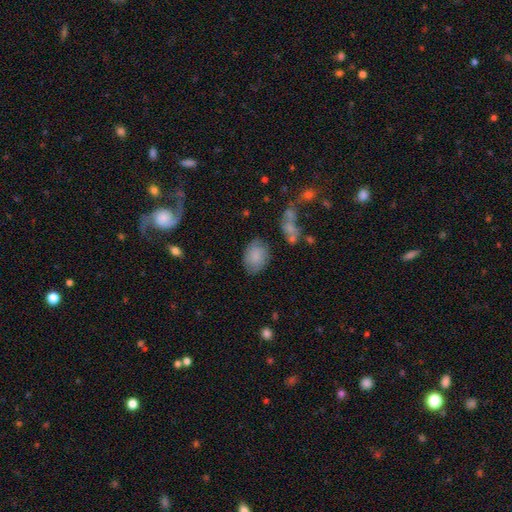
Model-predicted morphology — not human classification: Smooth or featured? Predicted: smooth (p=0.78). How rounded? Predicted: in between (p=0.72). Merging? Predicted: none (p=0.73).